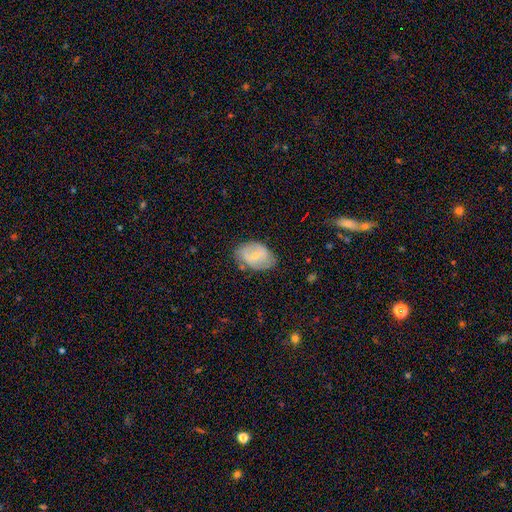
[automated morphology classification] smooth_or_featured: smooth (p=0.51) [alt: featured or disk p=0.42]
how_rounded: in between (p=0.84) [alt: round p=0.15]
merging: none (p=0.70) [alt: minor disturbance p=0.22]